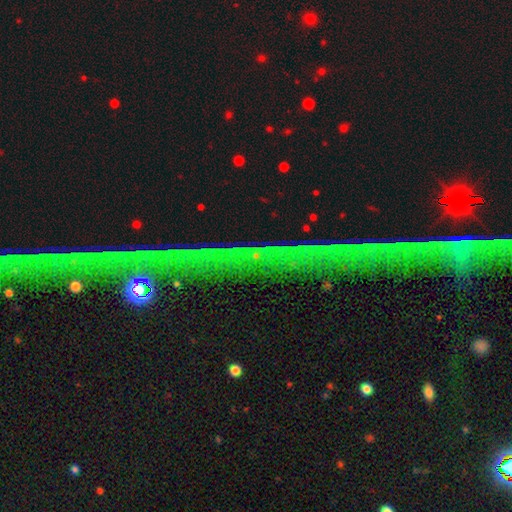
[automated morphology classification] Smooth or featured: star or artifact — 71% (featured or disk — 17%)